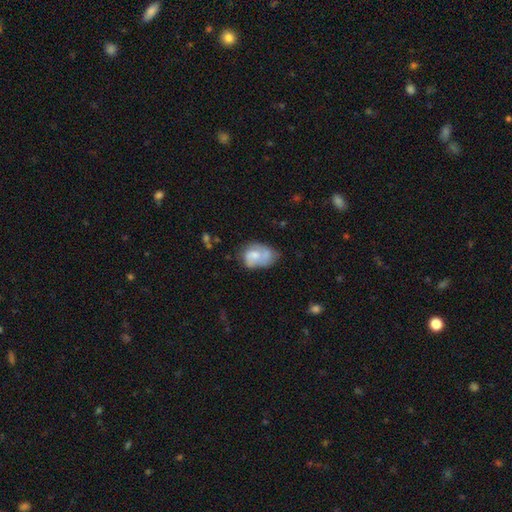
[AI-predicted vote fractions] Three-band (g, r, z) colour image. It shows a smooth galaxy with no disk features (51%) that is in between round and cigar-shaped (78%). Merging: none (34%).